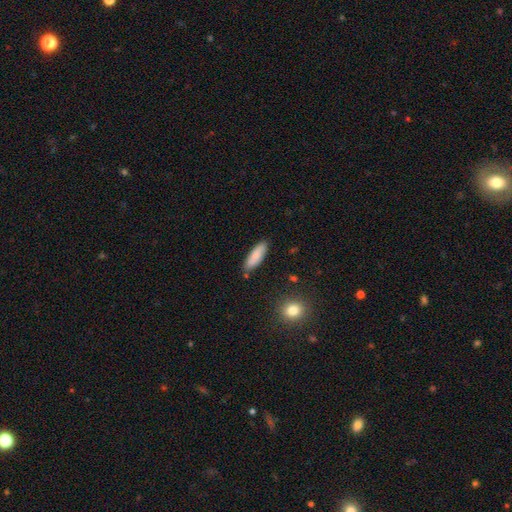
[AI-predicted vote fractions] The model was most divided on "how rounded": in between: 55%, cigar-shaped: 43%, round: 2%. More confident: merging — none (83%); smooth or featured — smooth (81%).